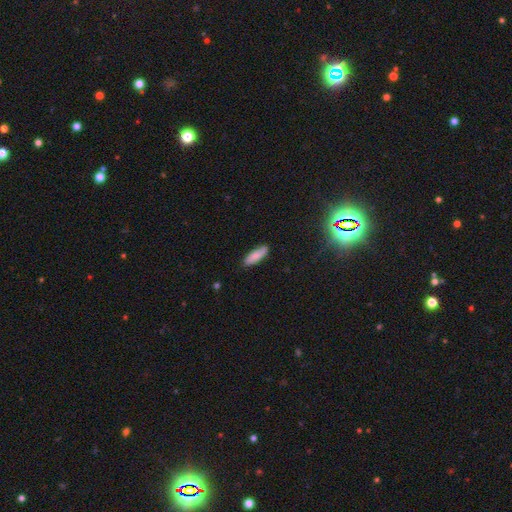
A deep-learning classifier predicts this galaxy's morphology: Smooth or featured: smooth — 83% (featured or disk — 11%)
How rounded: cigar-shaped — 51% (in between — 48%)
Merging: none — 85% (minor disturbance — 12%)